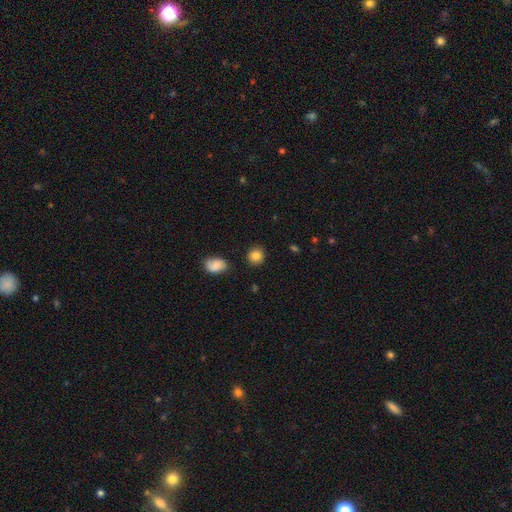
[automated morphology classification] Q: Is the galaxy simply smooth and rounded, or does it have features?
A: smooth — 86%.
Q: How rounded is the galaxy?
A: round — 83%.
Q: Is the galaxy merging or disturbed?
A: none — 87%.